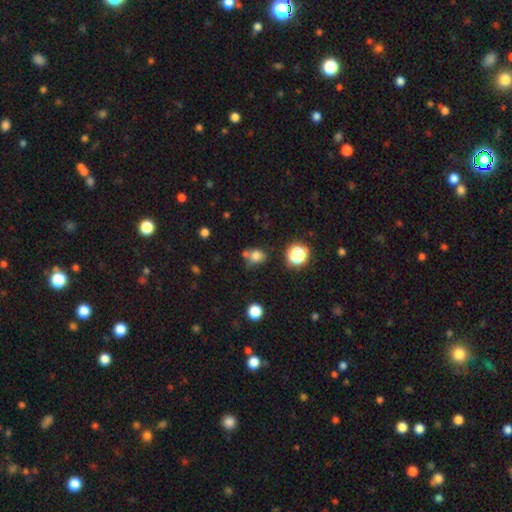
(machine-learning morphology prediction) smooth 74%, star or artifact 17%, featured or disk 8%. Down the decision tree: how rounded — round (61%); merging — none (55%).